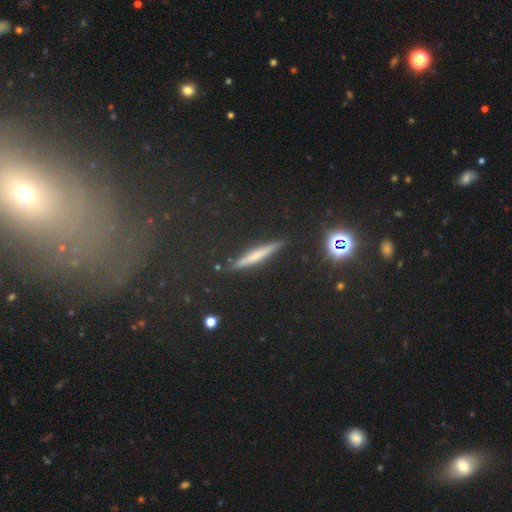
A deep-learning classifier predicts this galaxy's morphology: smooth_or_featured: smooth (p=0.45) [alt: featured or disk p=0.29]
merging: none (p=0.88) [alt: minor disturbance p=0.08]